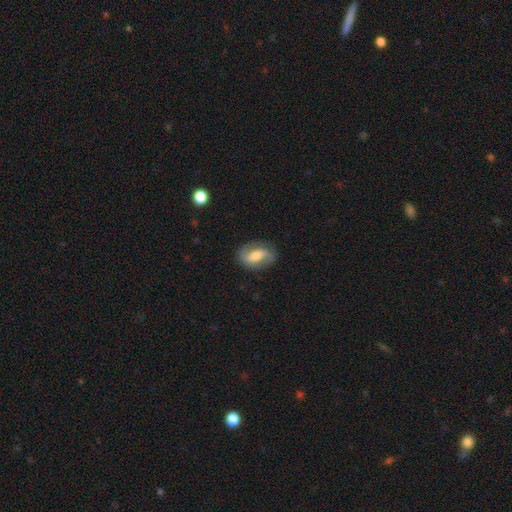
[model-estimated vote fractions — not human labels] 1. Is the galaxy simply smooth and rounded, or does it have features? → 66% featured or disk, 27% smooth, 7% star or artifact.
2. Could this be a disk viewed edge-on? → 96% no, 4% yes.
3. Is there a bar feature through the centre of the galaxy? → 44% weak, 33% strong, 24% no.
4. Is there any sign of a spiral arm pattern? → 87% yes, 13% no.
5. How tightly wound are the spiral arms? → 44% medium, 30% loose, 26% tight.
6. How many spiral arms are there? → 86% 2, 6% can't tell, 4% 1, 1% 3, 1% 4, 1% more than 4.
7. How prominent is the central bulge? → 53% moderate, 20% small, 19% large, 5% none, 2% dominant.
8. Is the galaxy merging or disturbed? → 80% none, 14% minor disturbance, 5% major disturbance, 1% merger.